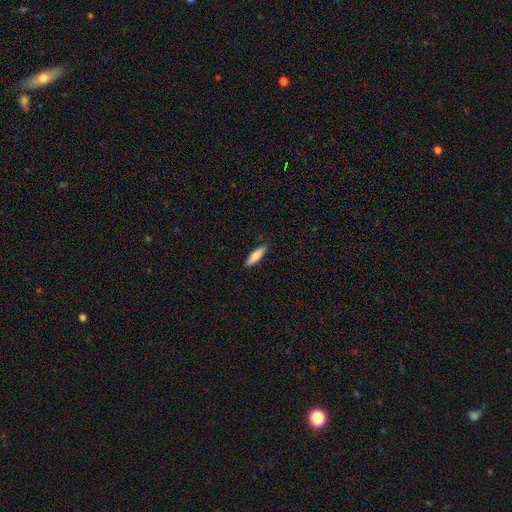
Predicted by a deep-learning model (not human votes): smooth 80%, featured or disk 14%, star or artifact 6%. Down the decision tree: how rounded — cigar-shaped (50%); merging — none (87%).